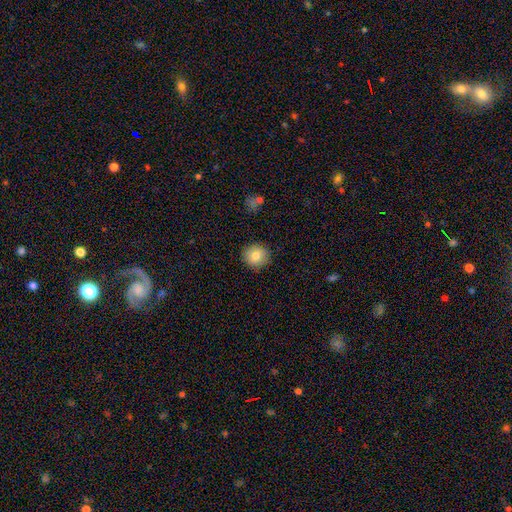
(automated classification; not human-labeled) Morphology: type=smooth (81%); roundness=round (91%); merging=none (91%).